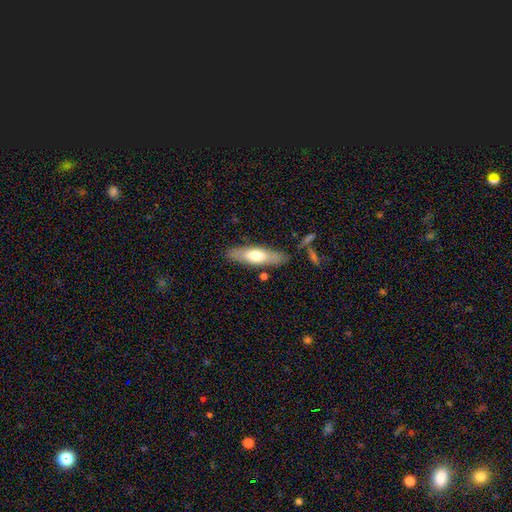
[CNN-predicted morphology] Smooth or featured: smooth — 59% (featured or disk — 35%)
How rounded: cigar-shaped — 56% (in between — 42%)
Merging: none — 81% (minor disturbance — 12%)